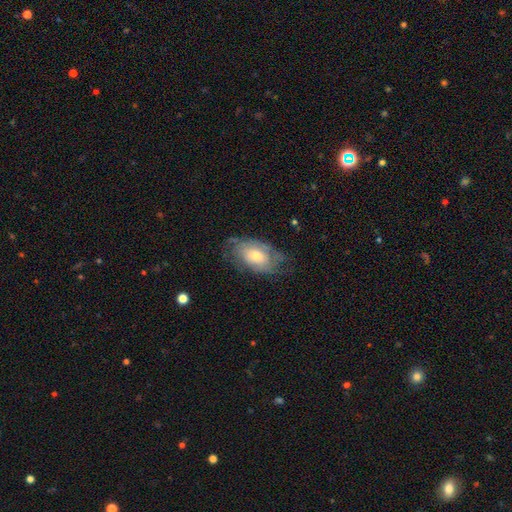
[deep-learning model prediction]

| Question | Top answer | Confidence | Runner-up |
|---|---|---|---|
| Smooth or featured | featured or disk | 57% | smooth (35%) |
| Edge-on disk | no | 93% | yes (7%) |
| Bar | no | 76% | weak (20%) |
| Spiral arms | yes | 73% | no (27%) |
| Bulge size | moderate | 51% | small (37%) |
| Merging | none | 61% | minor disturbance (24%) |